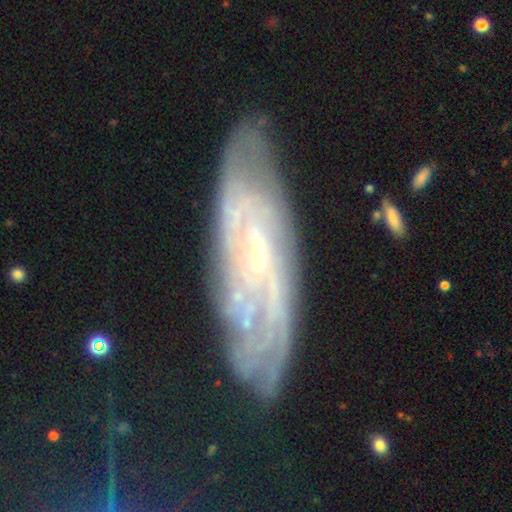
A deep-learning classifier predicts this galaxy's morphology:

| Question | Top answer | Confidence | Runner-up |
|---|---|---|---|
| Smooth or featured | featured or disk | 77% | smooth (15%) |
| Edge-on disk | no | 81% | yes (19%) |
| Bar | no | 54% | weak (34%) |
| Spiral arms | yes | 86% | no (14%) |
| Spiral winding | tight | 62% | medium (28%) |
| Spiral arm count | can't tell | 55% | 2 (19%) |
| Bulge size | small | 77% | moderate (12%) |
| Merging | none | 71% | minor disturbance (18%) |